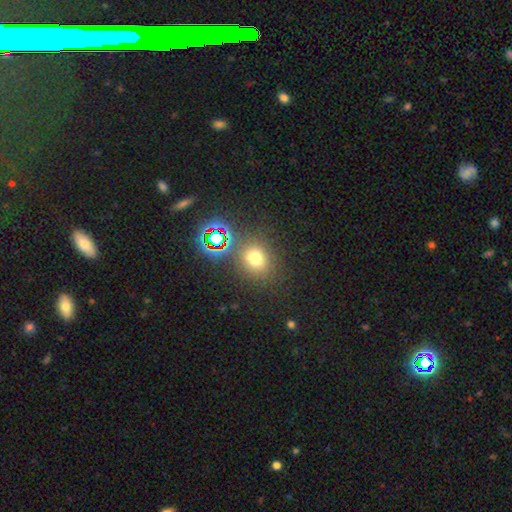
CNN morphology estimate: This is likely a smooth galaxy (66%). How rounded: likely round (71%). Merging: likely none (78%).